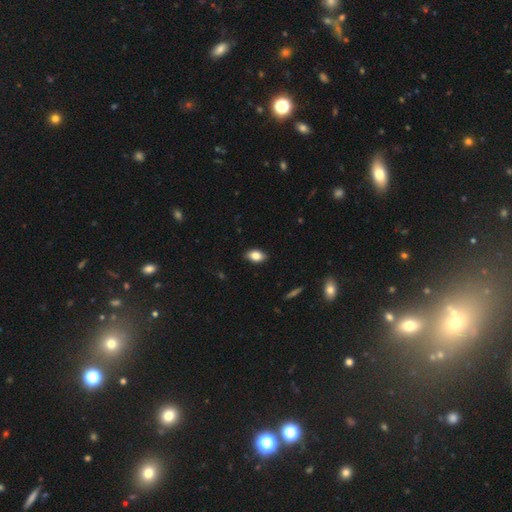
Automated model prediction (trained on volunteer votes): The model was most divided on "smooth or featured": smooth: 83%, featured or disk: 9%, star or artifact: 8%. More confident: how rounded — in between (89%); merging — none (87%).